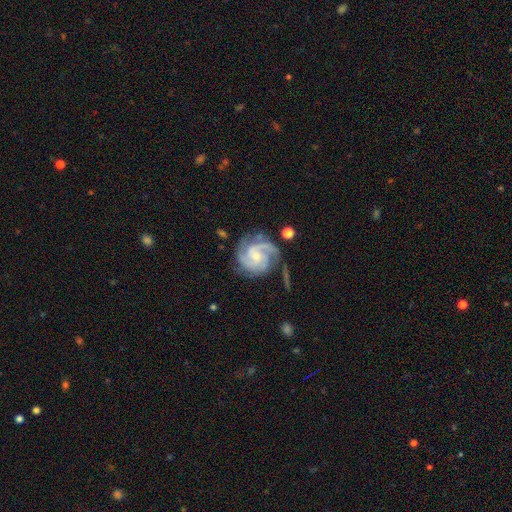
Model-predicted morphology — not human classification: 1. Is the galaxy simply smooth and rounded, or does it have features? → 89% featured or disk, 6% smooth, 5% star or artifact.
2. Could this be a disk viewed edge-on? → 98% no, 2% yes.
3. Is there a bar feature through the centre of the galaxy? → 57% no, 36% weak, 7% strong.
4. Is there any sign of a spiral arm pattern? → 98% yes, 2% no.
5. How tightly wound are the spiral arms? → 48% tight, 43% medium, 9% loose.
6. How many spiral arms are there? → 42% 2, 36% 3, 10% can't tell, 5% 4, 4% 1, 4% more than 4.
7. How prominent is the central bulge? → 58% small, 36% moderate, 3% none, 2% large, 1% dominant.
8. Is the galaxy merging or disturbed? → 68% none, 19% minor disturbance, 10% major disturbance, 3% merger.